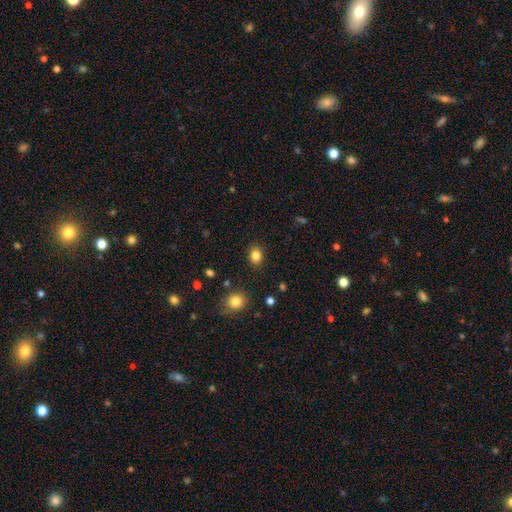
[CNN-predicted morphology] This appears to be a smooth galaxy with no disk features (84%) that is round (50%). Merging: none (88%).